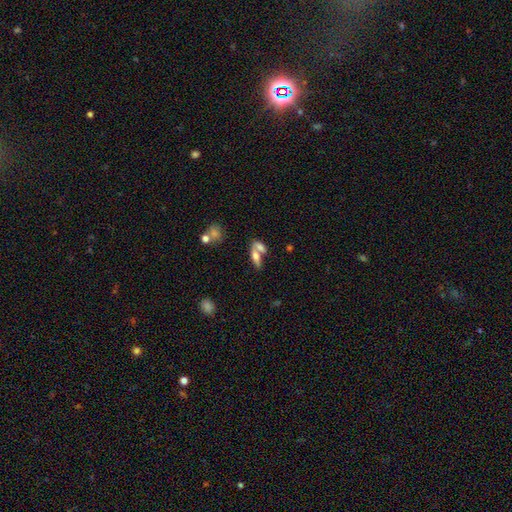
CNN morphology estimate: Q: Smooth or featured?
A: smooth (64%); runner-up: featured or disk (27%)
Q: How rounded?
A: in between (70%); runner-up: cigar-shaped (24%)
Q: Merging?
A: merger (55%); runner-up: none (31%)